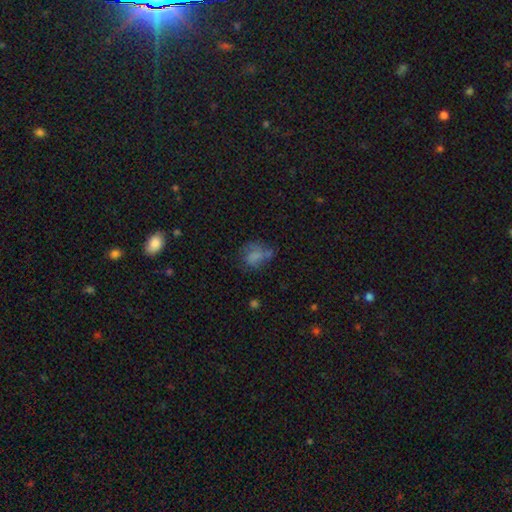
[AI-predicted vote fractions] Q: Smooth or featured?
A: smooth (66%); runner-up: featured or disk (21%)
Q: How rounded?
A: in between (56%); runner-up: round (42%)
Q: Merging?
A: none (43%); runner-up: minor disturbance (27%)